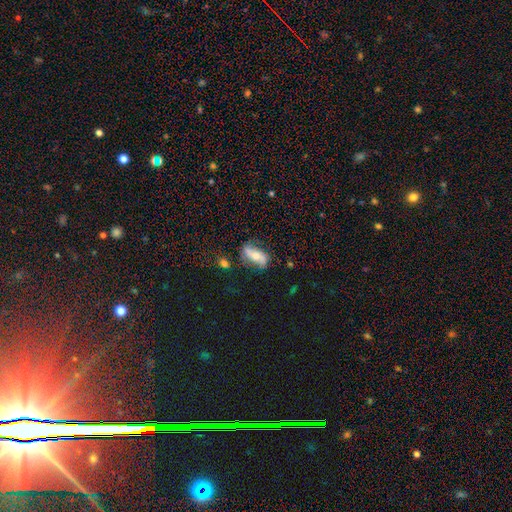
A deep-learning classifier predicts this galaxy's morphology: A featured or disk galaxy (53%).

Vote fractions:
- Smooth or featured? featured or disk: 53% / smooth: 39% / star or artifact: 8%
- Edge-on disk? no: 81% / yes: 19%
- Merging? none: 68% / minor disturbance: 21% / major disturbance: 8% / merger: 3%